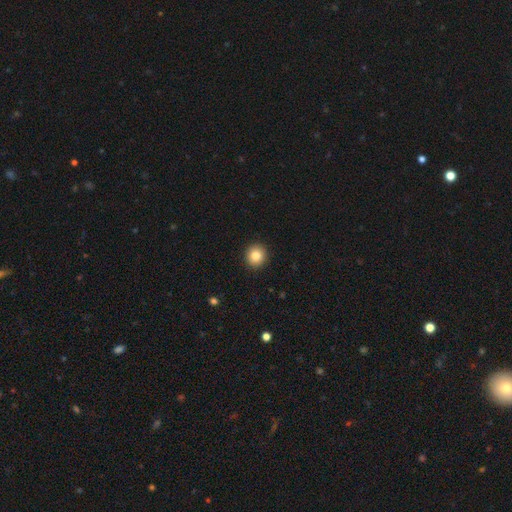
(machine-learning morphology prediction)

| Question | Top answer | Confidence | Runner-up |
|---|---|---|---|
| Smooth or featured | smooth | 82% | star or artifact (10%) |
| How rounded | round | 92% | in between (7%) |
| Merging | none | 93% | minor disturbance (5%) |